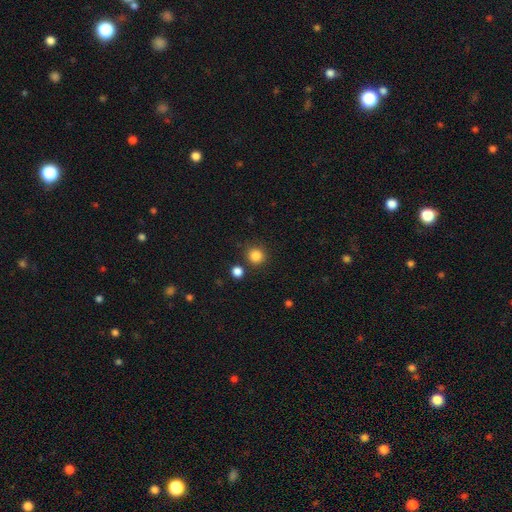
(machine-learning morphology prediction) type=smooth (84%); roundness=round (92%); merging=none (83%).